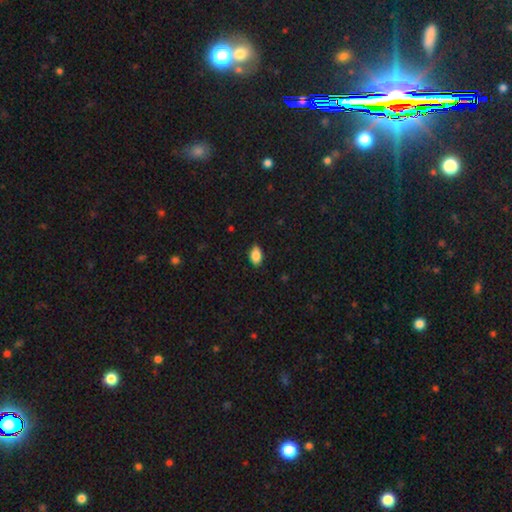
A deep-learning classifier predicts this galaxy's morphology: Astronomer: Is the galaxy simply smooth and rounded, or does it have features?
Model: smooth — 87%.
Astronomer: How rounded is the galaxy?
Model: in between — 92%.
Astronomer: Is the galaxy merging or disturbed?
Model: none — 85%.